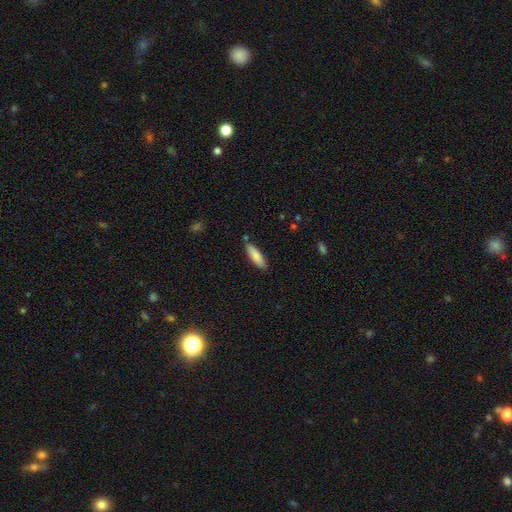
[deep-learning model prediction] Smooth or featured? Predicted: smooth (p=0.85). How rounded? Predicted: cigar-shaped (p=0.57). Merging? Predicted: none (p=0.84).